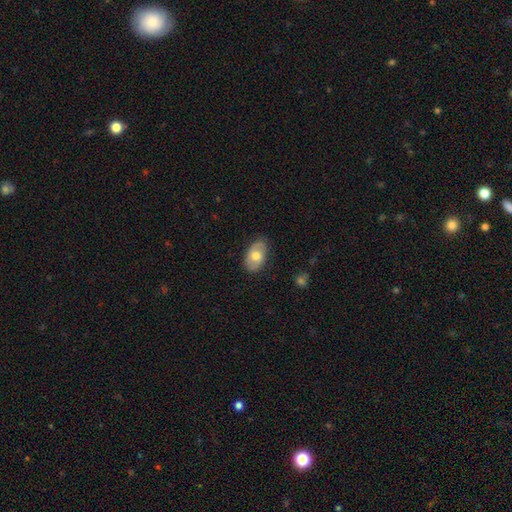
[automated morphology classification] smooth_or_featured: smooth (p=0.58) [alt: featured or disk p=0.36]
how_rounded: in between (p=0.90) [alt: round p=0.09]
merging: none (p=0.77) [alt: minor disturbance p=0.18]